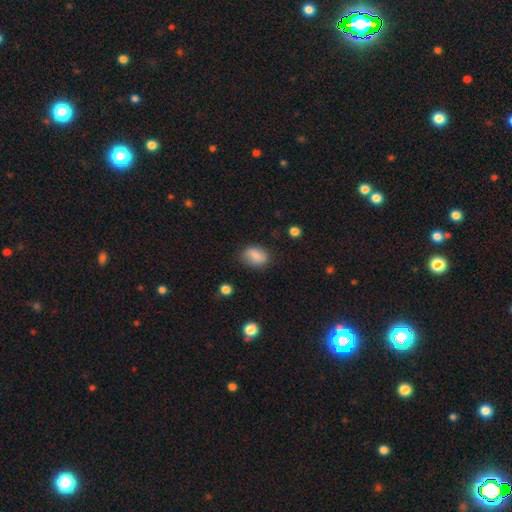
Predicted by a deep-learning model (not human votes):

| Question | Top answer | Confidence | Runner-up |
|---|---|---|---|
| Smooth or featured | smooth | 84% | star or artifact (8%) |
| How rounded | in between | 77% | round (21%) |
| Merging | none | 74% | minor disturbance (19%) |